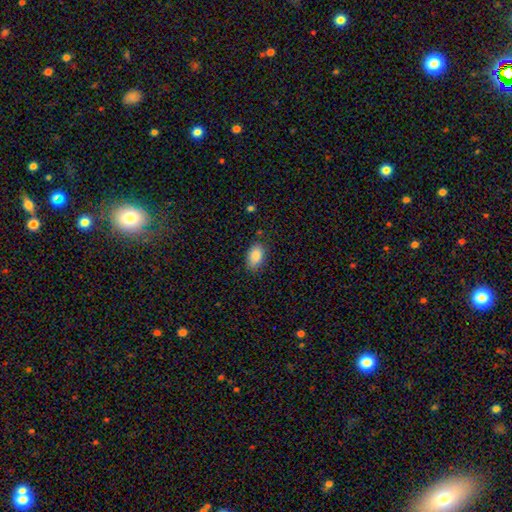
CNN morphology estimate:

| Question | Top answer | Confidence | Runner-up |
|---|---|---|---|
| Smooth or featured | smooth | 88% | star or artifact (7%) |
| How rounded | in between | 90% | round (8%) |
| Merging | none | 80% | minor disturbance (16%) |